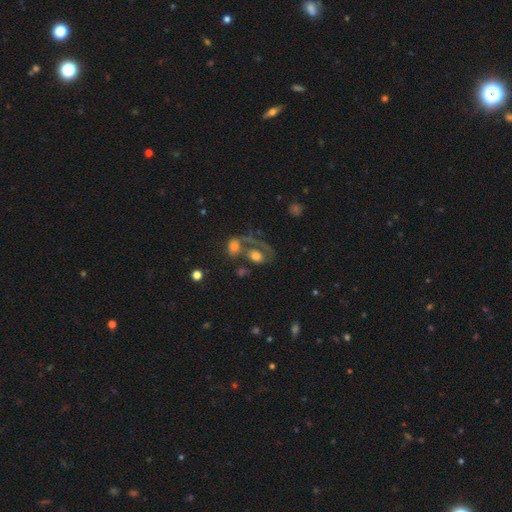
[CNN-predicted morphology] Smooth or featured: smooth — 55% (featured or disk — 33%)
How rounded: in between — 71% (round — 27%)
Merging: merger — 42% (none — 28%)